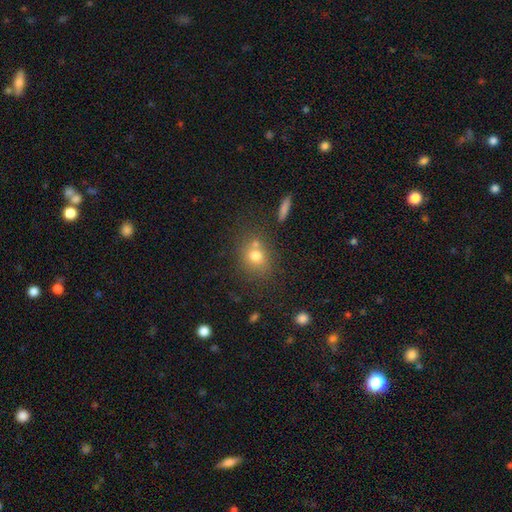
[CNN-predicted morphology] This is likely a smooth galaxy (72%). How rounded: likely round (64%). Merging: possibly none (60%).